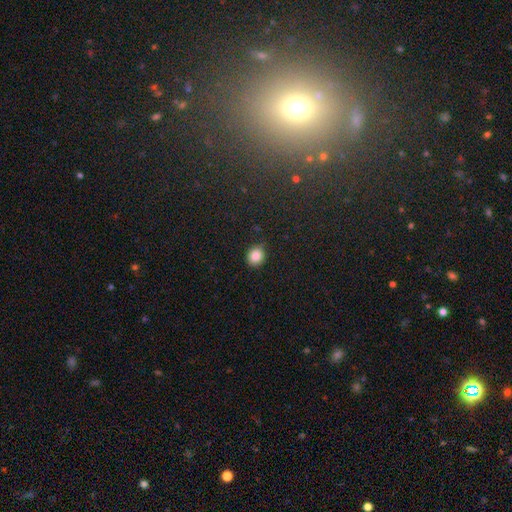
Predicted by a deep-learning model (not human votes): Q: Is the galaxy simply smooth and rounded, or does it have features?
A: smooth — 86%.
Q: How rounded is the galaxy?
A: round — 71%.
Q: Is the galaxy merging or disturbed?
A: none — 80%.